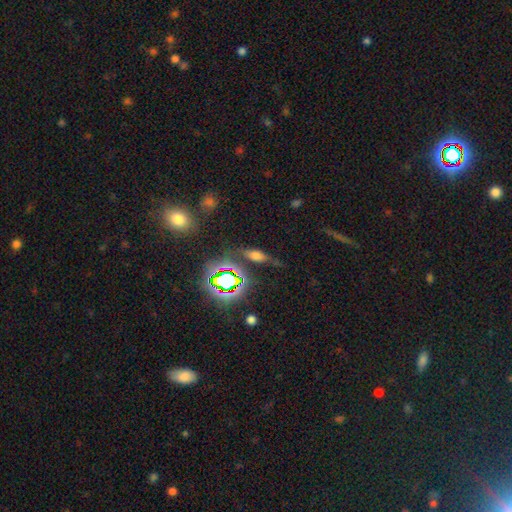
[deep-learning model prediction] This is possibly a smooth galaxy (49%). Merging: likely none (67%).